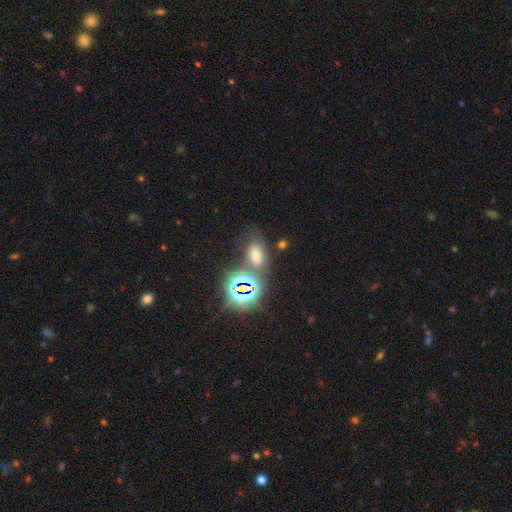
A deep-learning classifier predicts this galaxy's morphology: Q: Smooth or featured?
A: smooth (47%); runner-up: star or artifact (39%)
Q: Merging?
A: none (58%); runner-up: minor disturbance (17%)